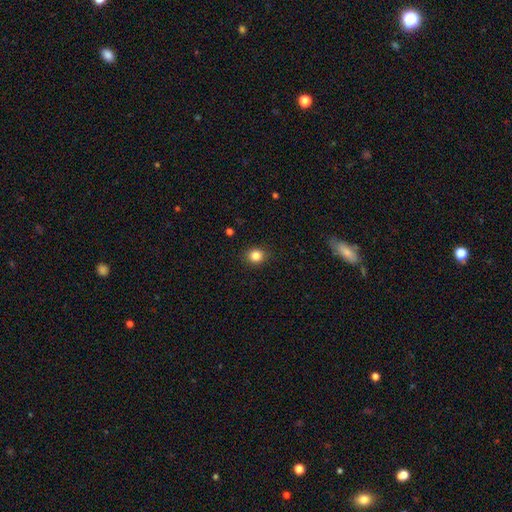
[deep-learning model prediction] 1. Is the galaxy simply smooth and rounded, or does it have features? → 84% smooth, 12% star or artifact, 5% featured or disk.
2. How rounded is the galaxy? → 81% round, 18% in between, 1% cigar-shaped.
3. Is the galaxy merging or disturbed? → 90% none, 7% minor disturbance, 2% major disturbance, 1% merger.